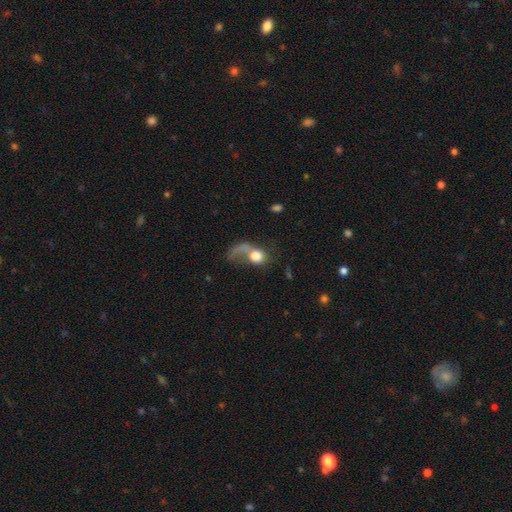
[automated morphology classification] type=smooth (60%); roundness=round (60%); merging=major disturbance (54%).